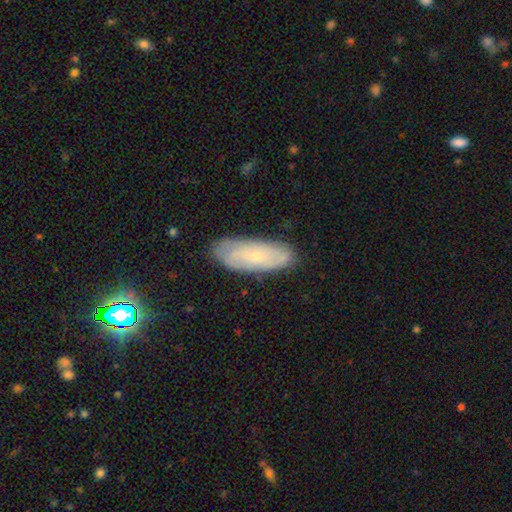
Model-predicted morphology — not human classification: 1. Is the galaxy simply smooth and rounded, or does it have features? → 51% featured or disk, 41% smooth, 8% star or artifact.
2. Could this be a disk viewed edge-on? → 84% no, 16% yes.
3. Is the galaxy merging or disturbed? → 80% none, 15% minor disturbance, 3% major disturbance, 1% merger.